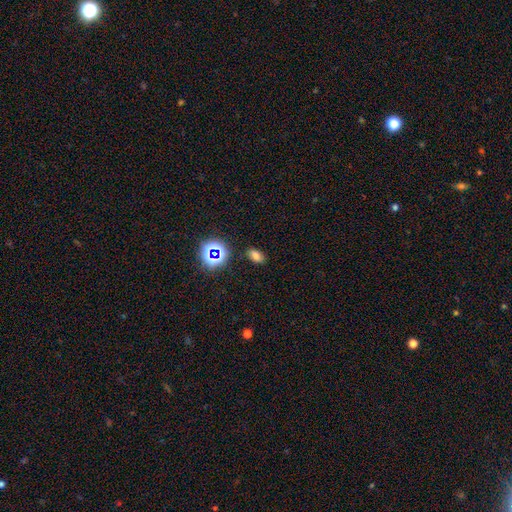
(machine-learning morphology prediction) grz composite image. It shows a smooth galaxy with no disk features (70%) that is in between round and cigar-shaped (86%). Merging: none (85%).